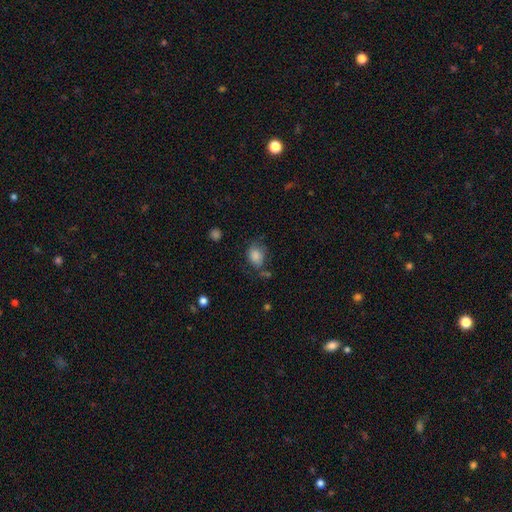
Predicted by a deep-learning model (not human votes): smooth_or_featured: smooth (p=0.83) [alt: star or artifact p=0.09]
how_rounded: in between (p=0.54) [alt: round p=0.45]
merging: none (p=0.54) [alt: minor disturbance p=0.28]